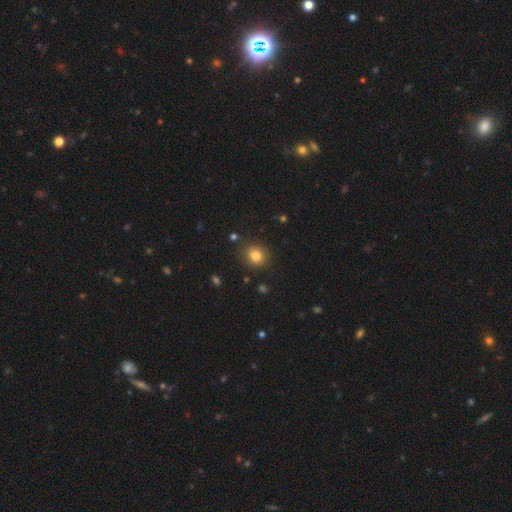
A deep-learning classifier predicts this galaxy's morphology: smooth-or-featured: smooth: 82% | star or artifact: 11% | featured or disk: 7%
  how-rounded: round: 75% | in between: 24% | cigar-shaped: 1%
  merging: none: 85% | minor disturbance: 10% | major disturbance: 3% | merger: 2%